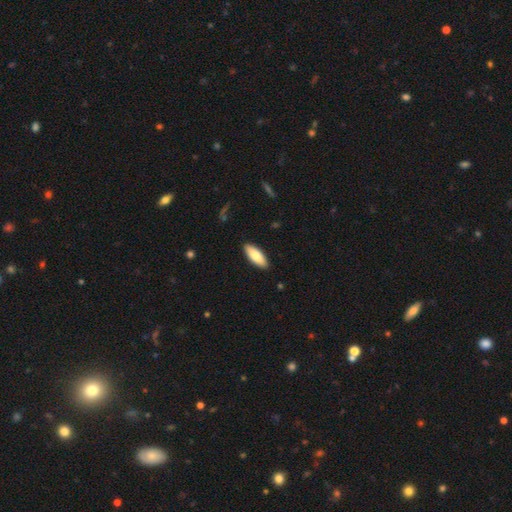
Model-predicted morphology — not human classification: Smooth or featured: smooth — 80% (featured or disk — 14%)
How rounded: in between — 75% (cigar-shaped — 23%)
Merging: none — 90% (minor disturbance — 8%)